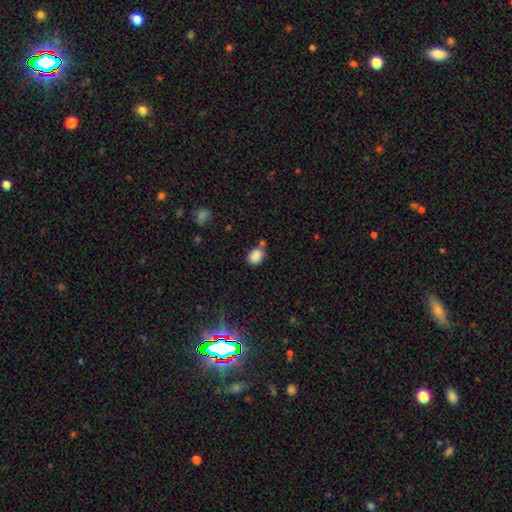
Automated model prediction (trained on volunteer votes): Smooth or featured: smooth — 85% (star or artifact — 10%)
How rounded: in between — 54% (round — 45%)
Merging: none — 60% (minor disturbance — 18%)